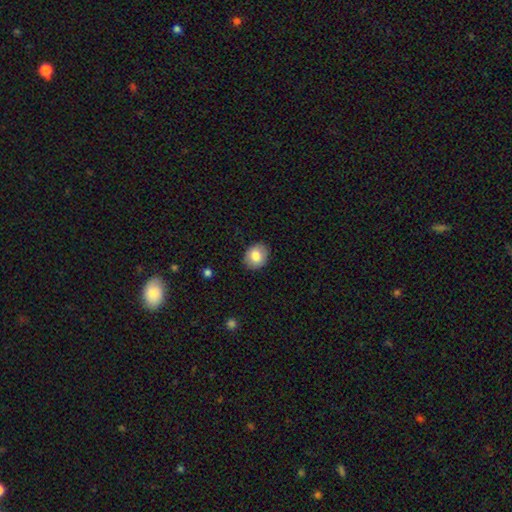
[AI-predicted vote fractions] smooth_or_featured: smooth (p=0.80) [alt: featured or disk p=0.12]
how_rounded: round (p=0.54) [alt: in between p=0.45]
merging: none (p=0.86) [alt: minor disturbance p=0.10]